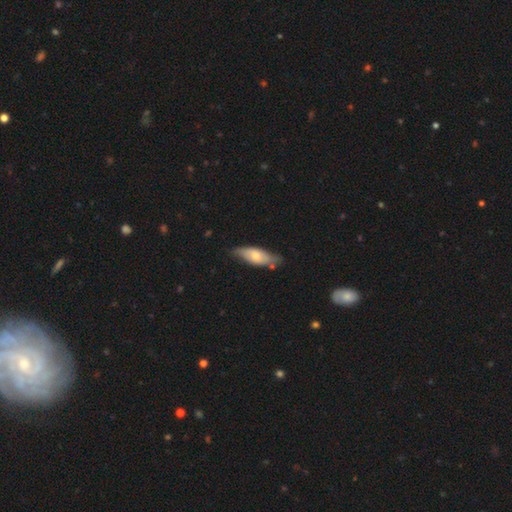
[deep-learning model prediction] Morphology: type=smooth (57%); roundness=in between (72%); merging=none (64%).